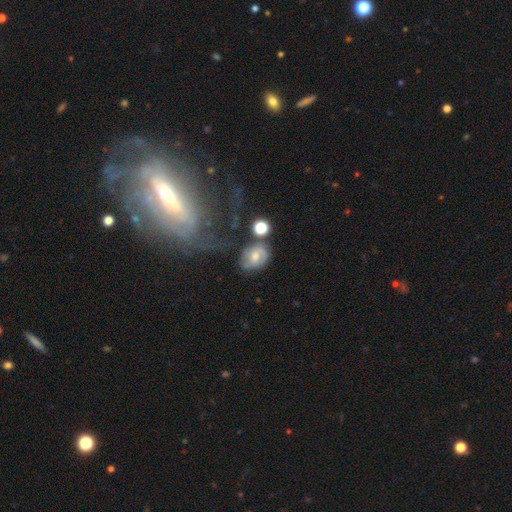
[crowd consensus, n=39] Smooth or featured: smooth — 54% (featured or disk — 41%)
How rounded: in between — 57% (round — 43%)
Merging: none — 54% (minor disturbance — 27%)